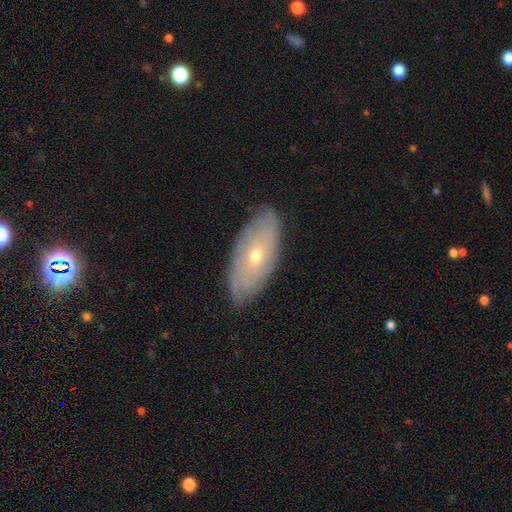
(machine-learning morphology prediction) A featured or disk galaxy (60%). Merging: none (79%).